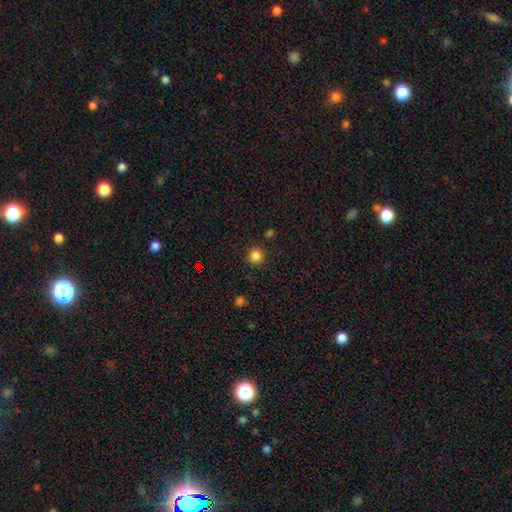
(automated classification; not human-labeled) smooth 83%, star or artifact 13%, featured or disk 4%. Down the decision tree: how rounded — round (95%); merging — none (90%).